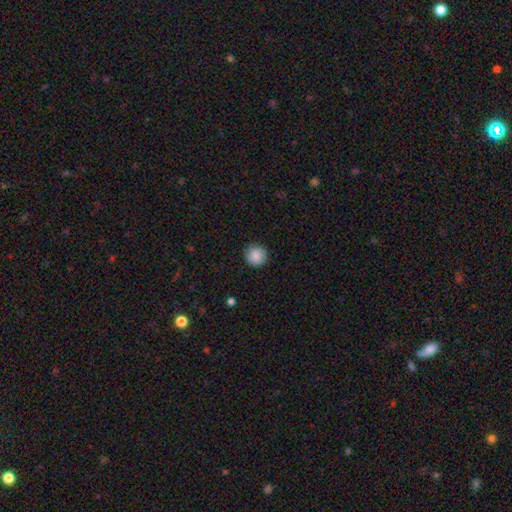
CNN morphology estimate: Smooth or featured? Predicted: smooth (p=0.87). How rounded? Predicted: round (p=0.94). Merging? Predicted: none (p=0.91).